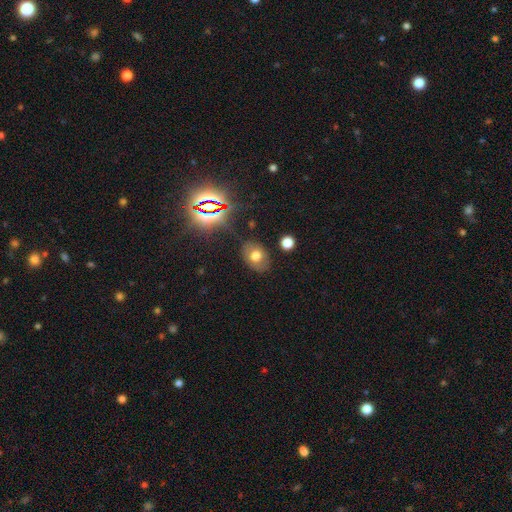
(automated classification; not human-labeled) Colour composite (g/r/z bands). It shows a smooth galaxy with no disk features (65%) that is in between round and cigar-shaped (73%). Merging: none (80%).